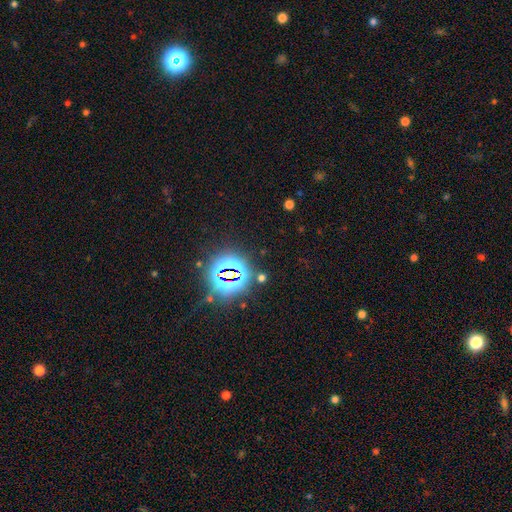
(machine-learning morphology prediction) A star or artifact, not a galaxy (82%).

Vote fractions:
- Smooth or featured? star or artifact: 82% / smooth: 10% / featured or disk: 7%